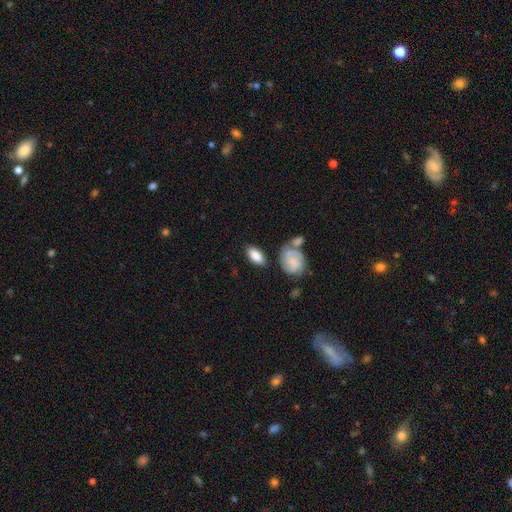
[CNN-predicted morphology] Smooth or featured? Predicted: smooth (p=0.82). How rounded? Predicted: in between (p=0.90). Merging? Predicted: none (p=0.71).